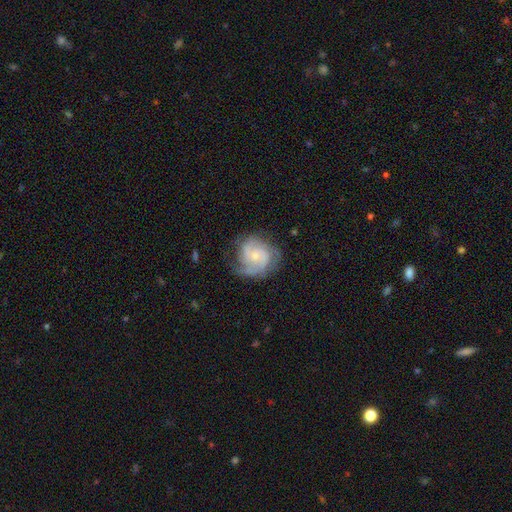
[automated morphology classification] This appears to be a featured or disk galaxy (81%) with no bar (68%), 2 (40%) medium (44%) spiral arms (96%) and a small central bulge (67%). Merging: none (68%).